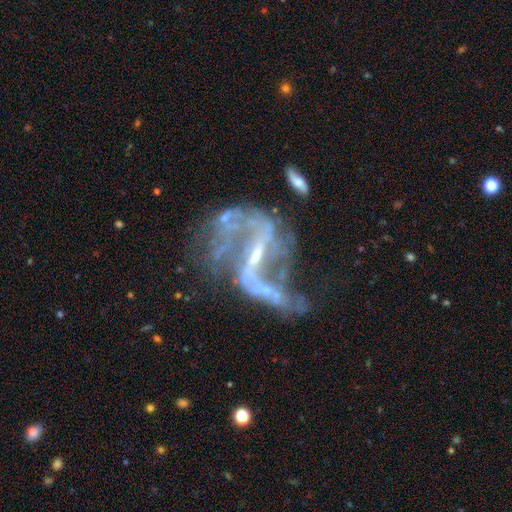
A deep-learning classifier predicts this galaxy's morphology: The model was most divided on "merging": none: 36%, major disturbance: 33%, minor disturbance: 17%, merger: 14%. More confident: edge-on disk — no (96%); spiral arms — yes (89%); smooth or featured — featured or disk (88%); spiral arm count — 2 (82%); bulge size — small (77%); spiral winding — loose (72%); bar — strong (58%).